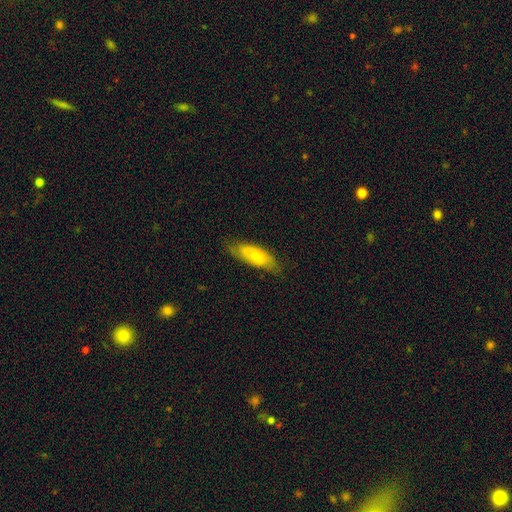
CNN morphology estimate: Q: Smooth or featured?
A: smooth (67%); runner-up: featured or disk (27%)
Q: How rounded?
A: in between (72%); runner-up: cigar-shaped (26%)
Q: Merging?
A: none (73%); runner-up: minor disturbance (21%)